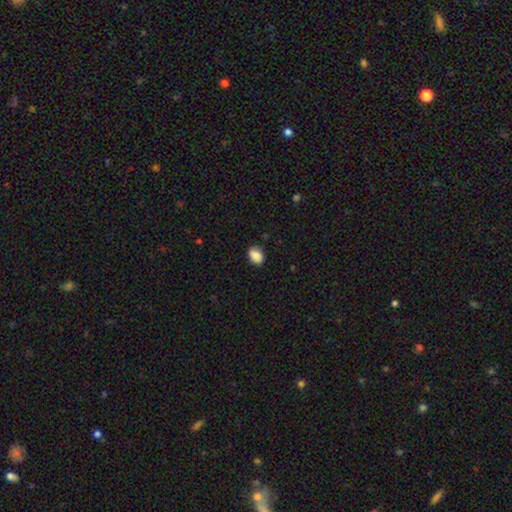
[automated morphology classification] A smooth galaxy with no disk features (89%) that is in between round and cigar-shaped (80%).

Vote fractions:
- Smooth or featured? smooth: 89% / star or artifact: 8% / featured or disk: 4%
- How rounded? in between: 80% / round: 19% / cigar-shaped: 1%
- Merging? none: 82% / minor disturbance: 14% / major disturbance: 3% / merger: 1%